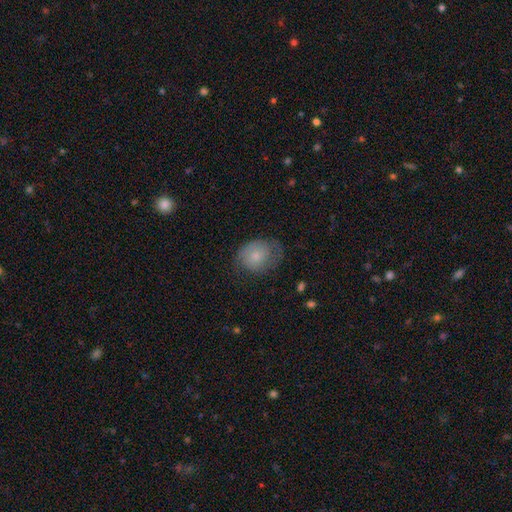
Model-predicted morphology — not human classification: A smooth galaxy with no disk features (62%) that is in between round and cigar-shaped (50%). Merging: none (49%).